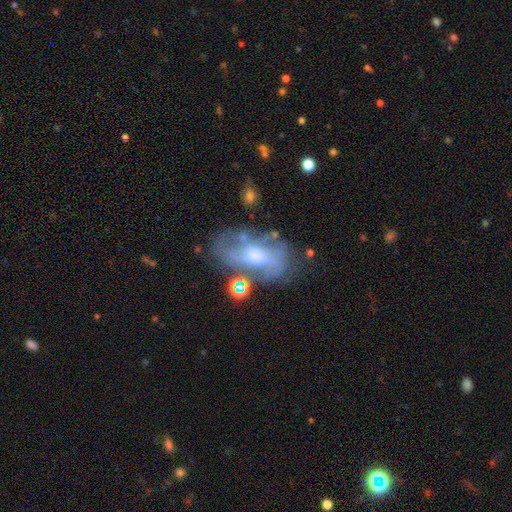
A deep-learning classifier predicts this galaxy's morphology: Smooth or featured: featured or disk — 68% (smooth — 22%)
Edge-on disk: no — 93% (yes — 7%)
Bar: no — 58% (weak — 32%)
Spiral arms: yes — 55% (no — 45%)
Bulge size: small — 45% (moderate — 43%)
Merging: none — 49% (minor disturbance — 22%)